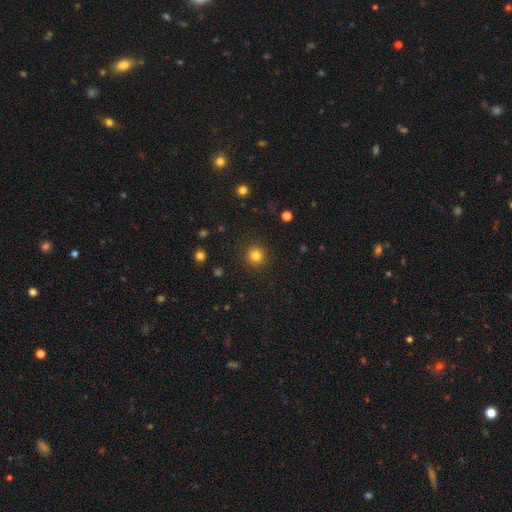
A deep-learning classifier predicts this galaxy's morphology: Overall: smooth (82%). How rounded: round (94%). Merging: none (91%).